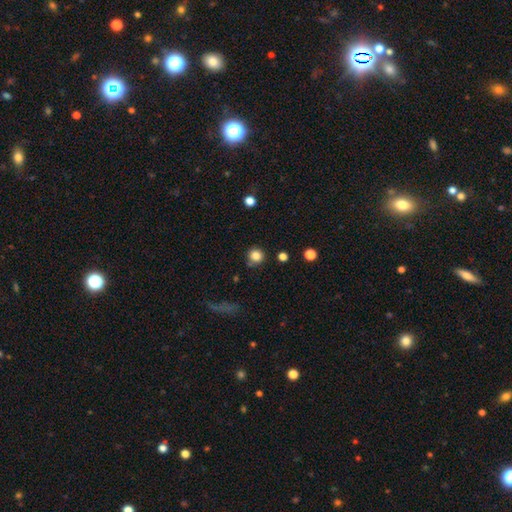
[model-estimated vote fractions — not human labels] This appears to be a smooth galaxy with no disk features (84%) that is round (93%). Merging: none (82%).